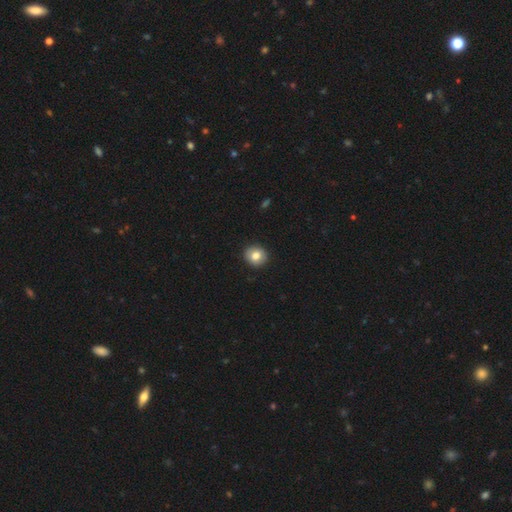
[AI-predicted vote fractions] A smooth galaxy with no disk features (80%) that is round (84%). Merging: none (91%).